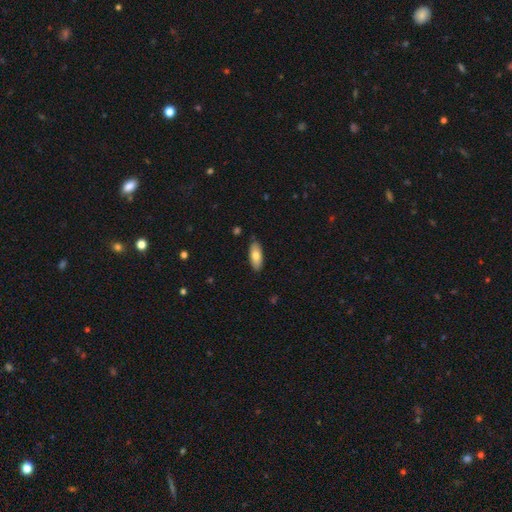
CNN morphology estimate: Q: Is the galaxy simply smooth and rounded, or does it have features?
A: smooth — 75%.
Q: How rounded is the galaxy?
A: in between — 82%.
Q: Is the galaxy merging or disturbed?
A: none — 87%.